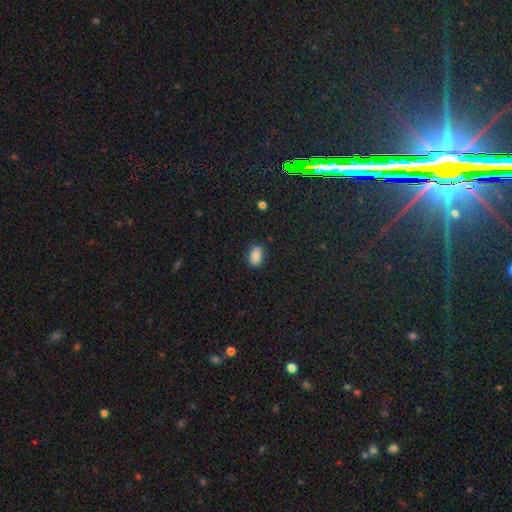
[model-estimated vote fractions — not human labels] Smooth or featured: smooth — 83% (star or artifact — 9%)
How rounded: in between — 89% (round — 9%)
Merging: none — 85% (minor disturbance — 12%)